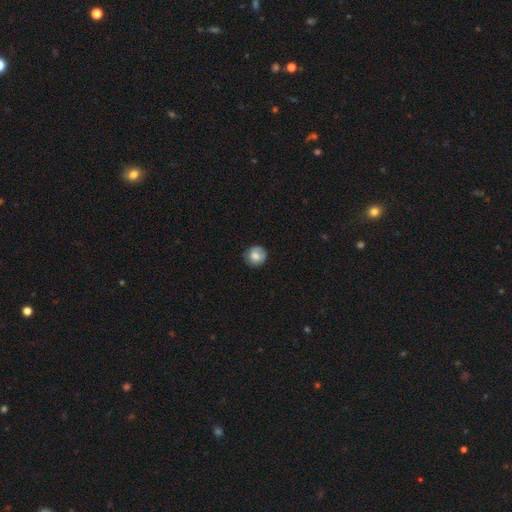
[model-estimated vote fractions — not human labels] Smooth or featured?
  - smooth: 75% *
  - featured or disk: 17%
  - star or artifact: 8%
How rounded?
  - round: 91% *
  - in between: 8%
  - cigar-shaped: 1%
Merging?
  - none: 76% *
  - minor disturbance: 19%
  - major disturbance: 4%
  - merger: 1%